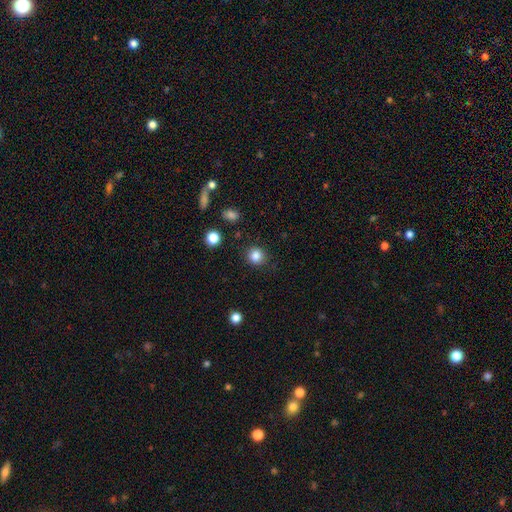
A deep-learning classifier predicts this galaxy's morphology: The model was most divided on "smooth or featured": smooth: 85%, star or artifact: 11%, featured or disk: 4%. More confident: how rounded — round (90%); merging — none (89%).